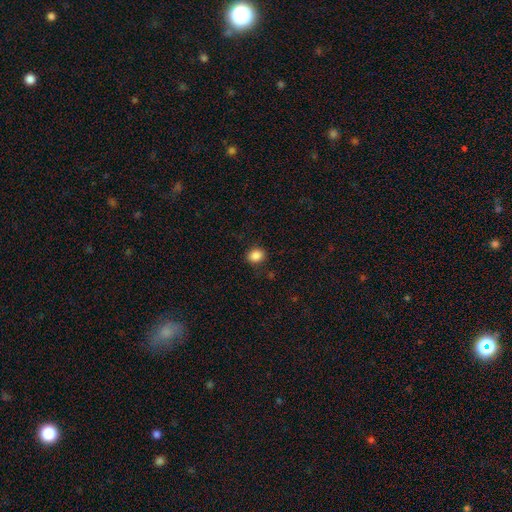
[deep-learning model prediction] Overall: smooth (87%). How rounded: round (57%; in between 42%). Merging: none (88%).